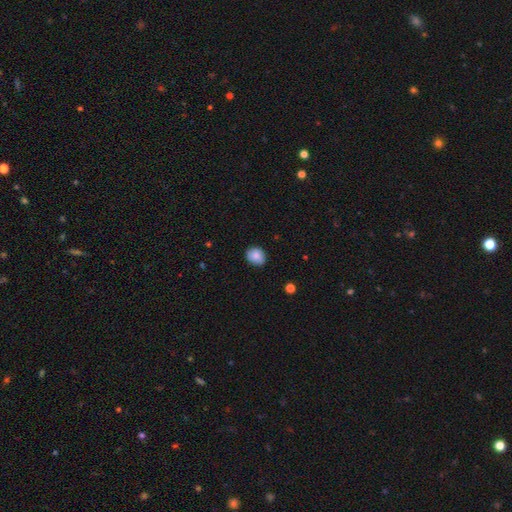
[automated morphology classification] Smooth or featured? Predicted: smooth (p=0.85). How rounded? Predicted: round (p=0.61). Merging? Predicted: none (p=0.83).